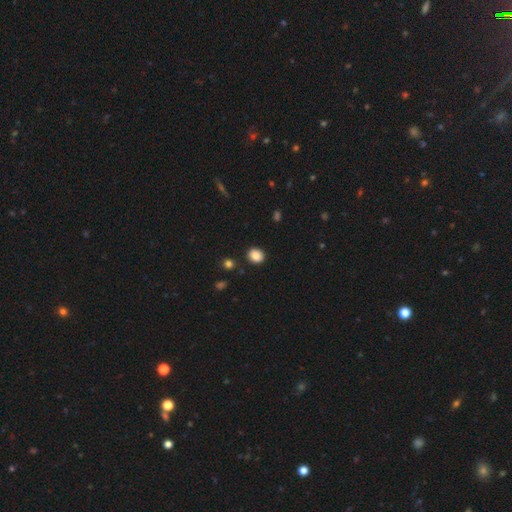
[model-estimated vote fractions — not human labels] Smooth or featured?
  - smooth: 85% *
  - star or artifact: 10%
  - featured or disk: 5%
How rounded?
  - round: 67% *
  - in between: 32%
  - cigar-shaped: 1%
Merging?
  - none: 88% *
  - minor disturbance: 8%
  - major disturbance: 2%
  - merger: 2%